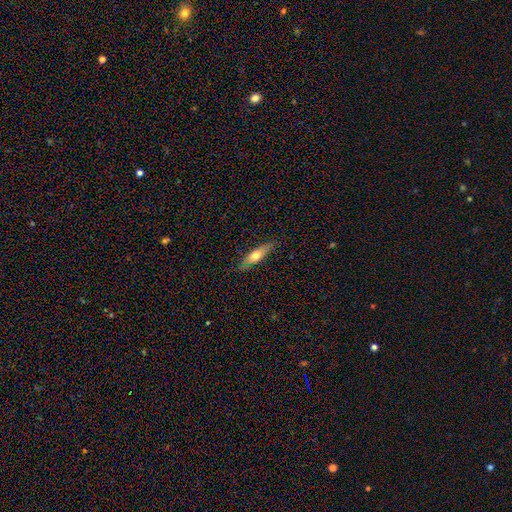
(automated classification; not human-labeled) Smooth or featured: smooth — 57% (featured or disk — 37%)
How rounded: cigar-shaped — 64% (in between — 33%)
Merging: none — 84% (minor disturbance — 12%)